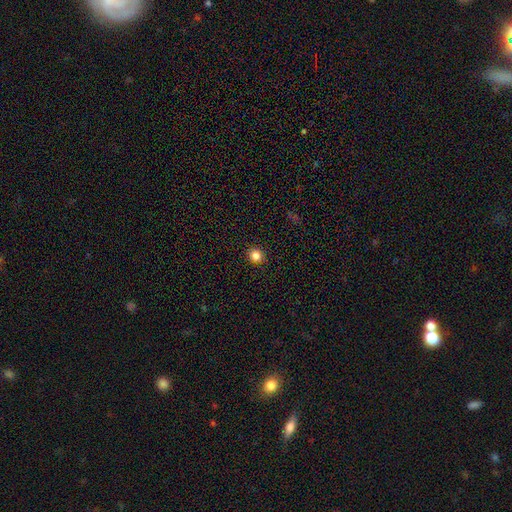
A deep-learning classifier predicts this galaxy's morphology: smooth_or_featured: smooth (p=0.84) [alt: star or artifact p=0.12]
how_rounded: round (p=0.87) [alt: in between p=0.12]
merging: none (p=0.92) [alt: minor disturbance p=0.06]